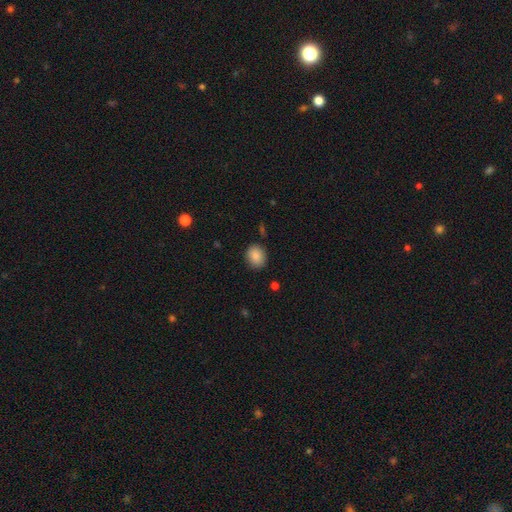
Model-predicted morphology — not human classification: Smooth or featured: smooth — 88% (star or artifact — 8%)
How rounded: round — 56% (in between — 44%)
Merging: none — 85% (minor disturbance — 11%)